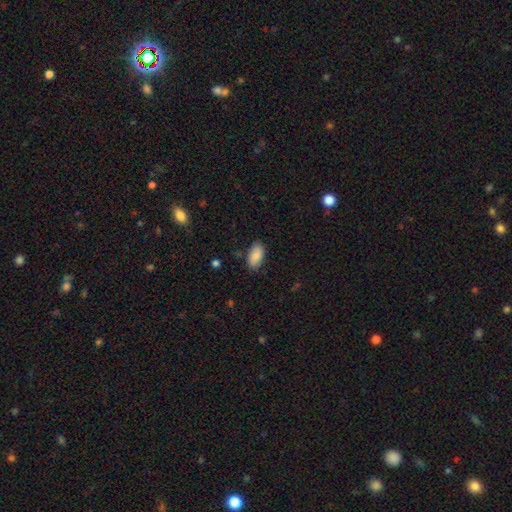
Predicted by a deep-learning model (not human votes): Overall: smooth (85%). How rounded: in between (93%). Merging: none (83%).